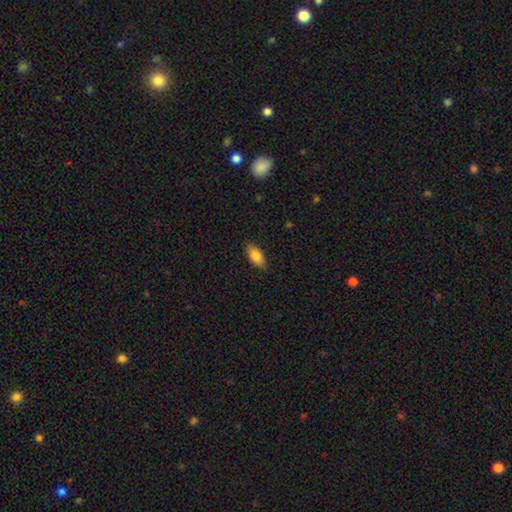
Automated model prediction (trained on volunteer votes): smooth 83%, featured or disk 10%, star or artifact 7%. Down the decision tree: how rounded — in between (87%); merging — none (88%).